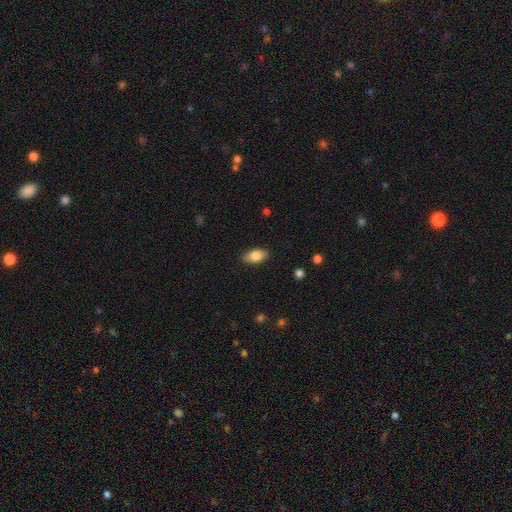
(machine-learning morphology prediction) Smooth or featured? Predicted: smooth (p=0.80). How rounded? Predicted: in between (p=0.90). Merging? Predicted: none (p=0.87).